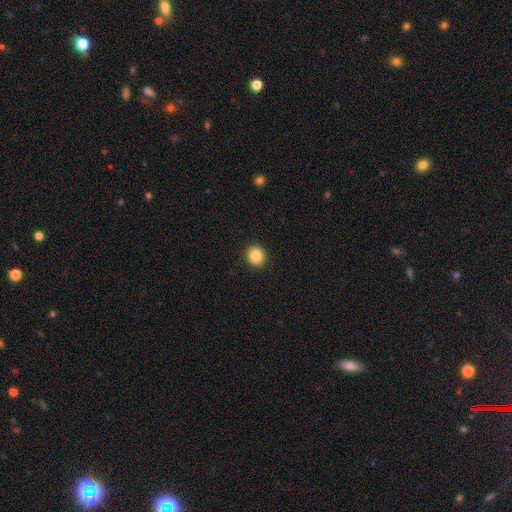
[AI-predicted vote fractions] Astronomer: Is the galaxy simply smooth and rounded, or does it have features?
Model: smooth — 85%.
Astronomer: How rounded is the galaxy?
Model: round — 91%.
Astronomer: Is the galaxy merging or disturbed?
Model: none — 93%.